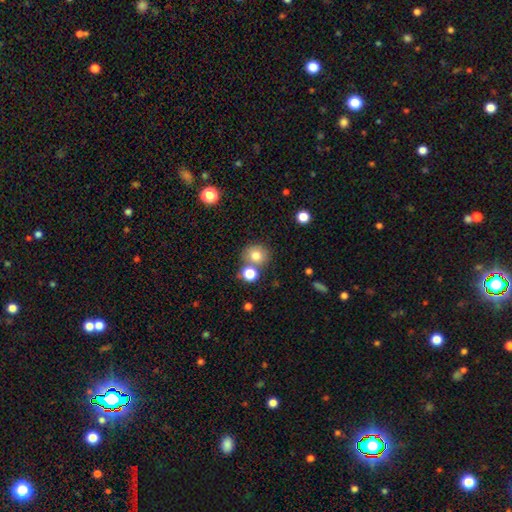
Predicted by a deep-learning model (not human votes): Smooth or featured? Predicted: smooth (p=0.78). How rounded? Predicted: round (p=0.86). Merging? Predicted: none (p=0.67).